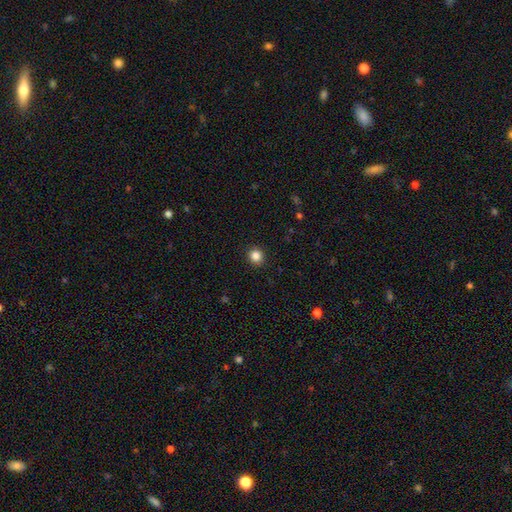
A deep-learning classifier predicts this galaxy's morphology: A smooth galaxy with no disk features (85%) that is round (91%).

Vote fractions:
- Smooth or featured? smooth: 85% / star or artifact: 11% / featured or disk: 4%
- How rounded? round: 91% / in between: 8% / cigar-shaped: 1%
- Merging? none: 92% / minor disturbance: 5% / major disturbance: 2% / merger: 1%